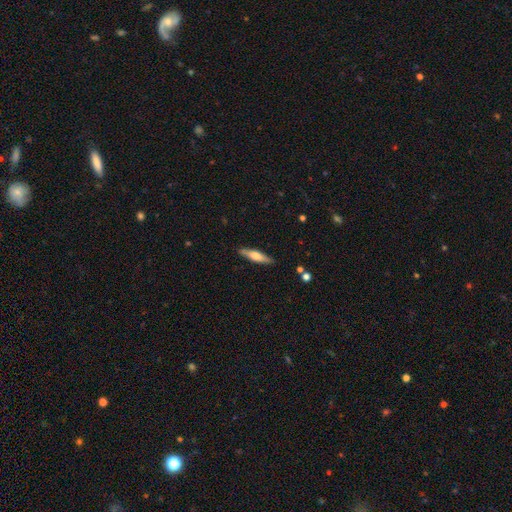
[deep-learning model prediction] Q: Smooth or featured?
A: smooth (53%); runner-up: featured or disk (41%)
Q: How rounded?
A: cigar-shaped (78%); runner-up: in between (20%)
Q: Merging?
A: none (87%); runner-up: minor disturbance (10%)